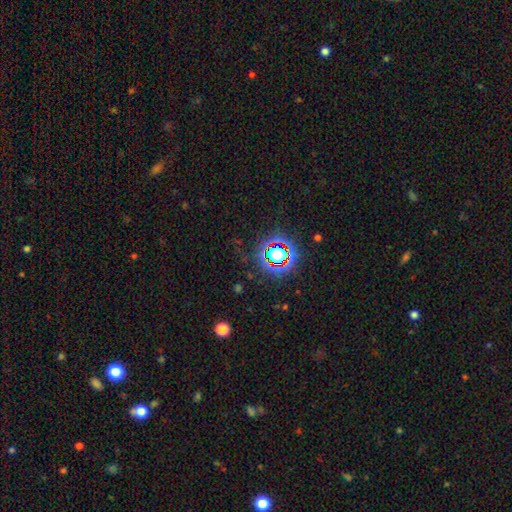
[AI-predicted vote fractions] A star or artifact, not a galaxy (78%).